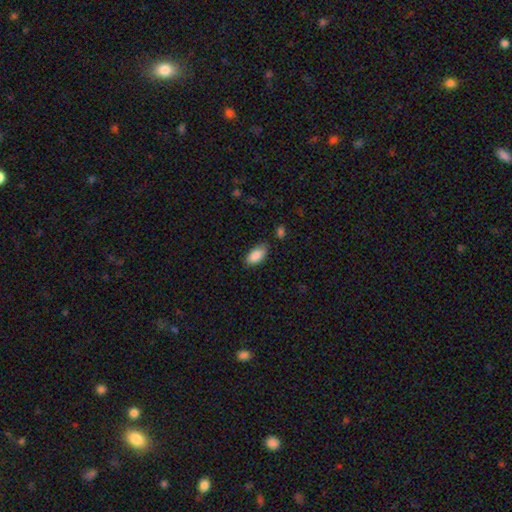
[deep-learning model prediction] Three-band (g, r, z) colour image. It shows a smooth galaxy with no disk features (88%) that is in between round and cigar-shaped (93%). Merging: none (76%).